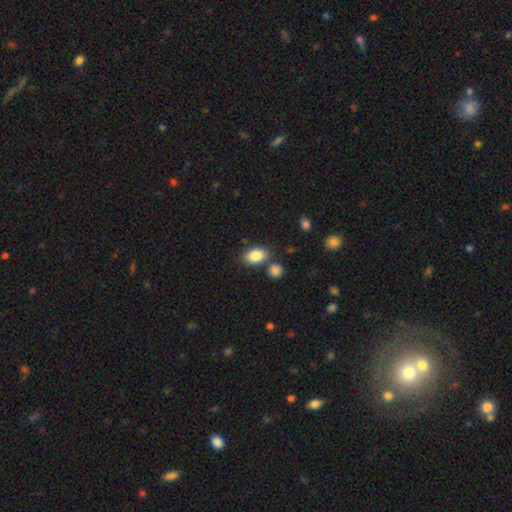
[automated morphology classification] A smooth galaxy with no disk features (86%) that is in between round and cigar-shaped (88%).

Vote fractions:
- Smooth or featured? smooth: 86% / star or artifact: 8% / featured or disk: 6%
- How rounded? in between: 88% / round: 10% / cigar-shaped: 2%
- Merging? none: 72% / merger: 13% / minor disturbance: 12% / major disturbance: 3%